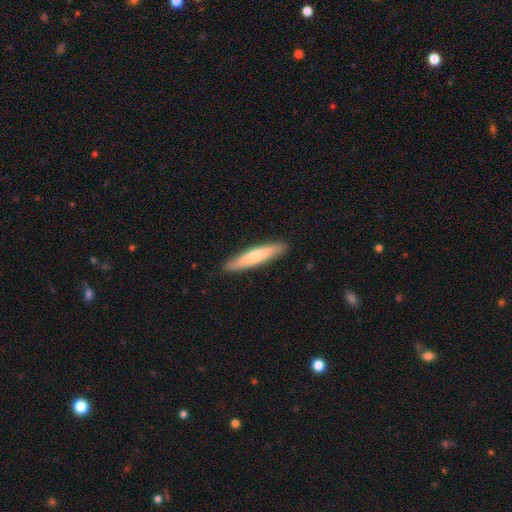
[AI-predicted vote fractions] smooth 59%, featured or disk 35%, star or artifact 6%. Down the decision tree: how rounded — cigar-shaped (90%); merging — none (90%).